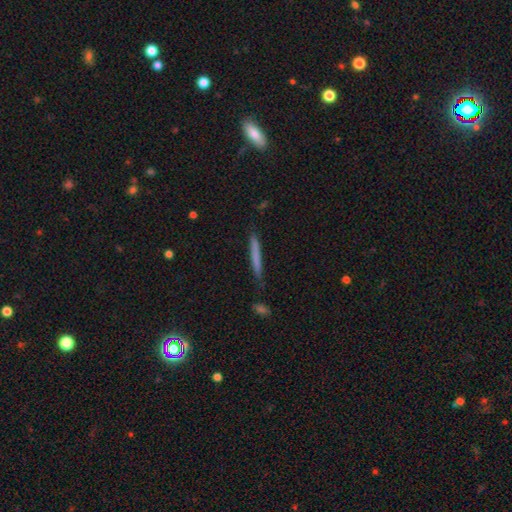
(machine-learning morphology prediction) smooth-or-featured: smooth: 68% | featured or disk: 25% | star or artifact: 7%
  how-rounded: cigar-shaped: 96% | in between: 2% | round: 1%
  merging: none: 84% | minor disturbance: 11% | merger: 2% | major disturbance: 2%